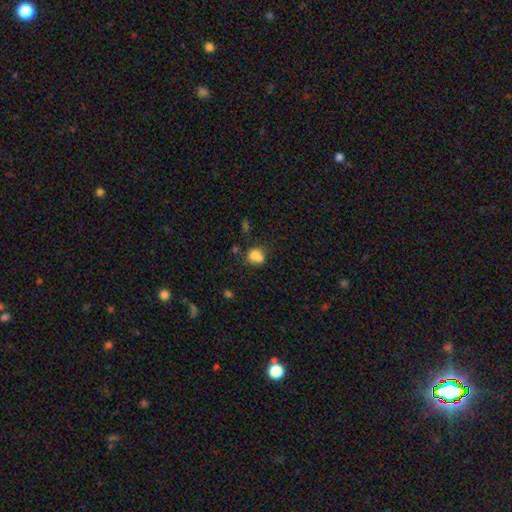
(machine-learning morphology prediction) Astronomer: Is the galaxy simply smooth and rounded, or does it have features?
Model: smooth — 77%.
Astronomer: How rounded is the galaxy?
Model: round — 63%.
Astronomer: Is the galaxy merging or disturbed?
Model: none — 42% (runner-up: merger, 32%).